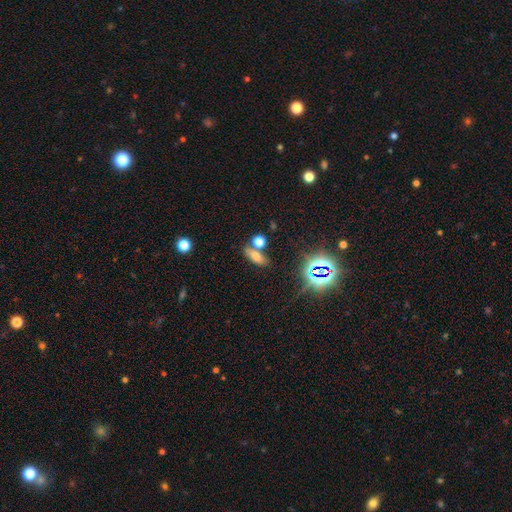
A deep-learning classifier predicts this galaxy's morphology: Smooth or featured? smooth (63%)
How rounded? in between (73%)
Merging? none (61%)